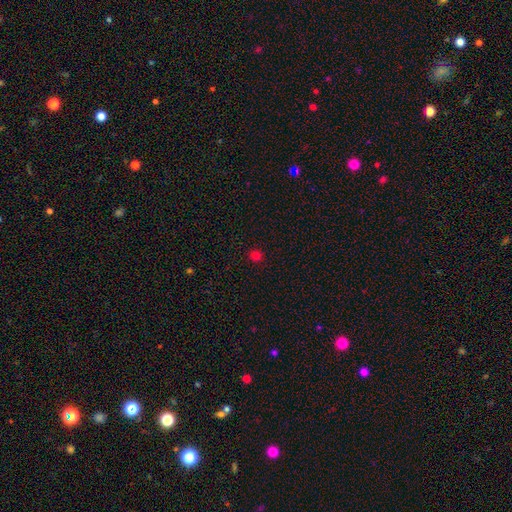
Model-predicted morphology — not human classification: type=smooth (78%); roundness=round (92%); merging=none (92%).